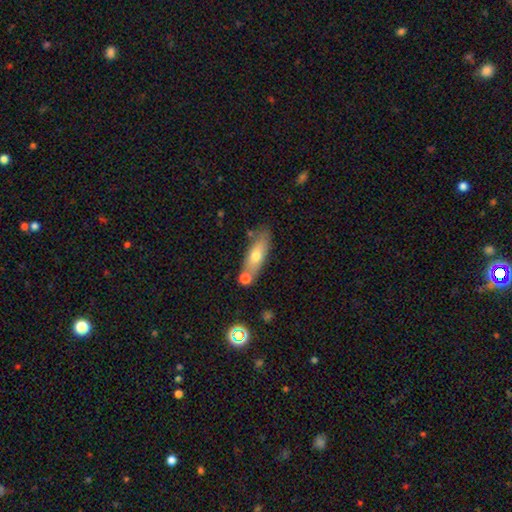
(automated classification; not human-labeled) Overall: smooth (63%; featured or disk 29%). How rounded: in between (58%; cigar-shaped 38%). Merging: none (69%).